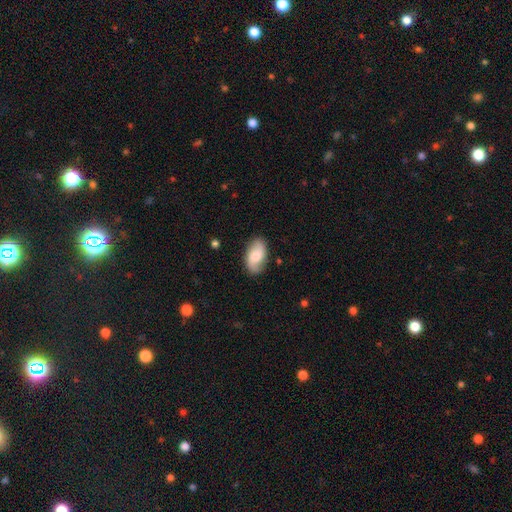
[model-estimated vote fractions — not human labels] smooth 48%, featured or disk 46%, star or artifact 7%. Down the decision tree: merging — none (82%).